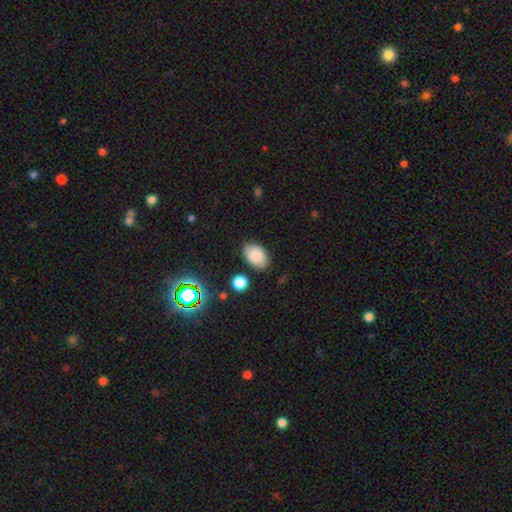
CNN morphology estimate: A smooth galaxy with no disk features (84%) that is in between round and cigar-shaped (90%). Merging: none (83%).